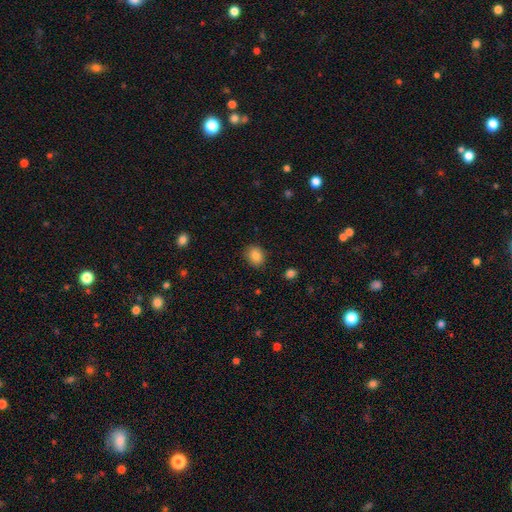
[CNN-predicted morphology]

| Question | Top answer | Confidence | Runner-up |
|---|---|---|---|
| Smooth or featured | smooth | 85% | star or artifact (9%) |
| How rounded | round | 56% | in between (43%) |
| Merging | none | 86% | minor disturbance (10%) |